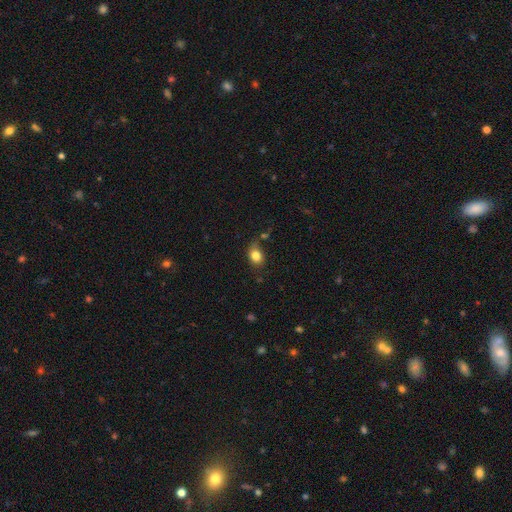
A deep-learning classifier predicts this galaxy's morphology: type=smooth (82%); roundness=in between (62%); merging=none (68%).